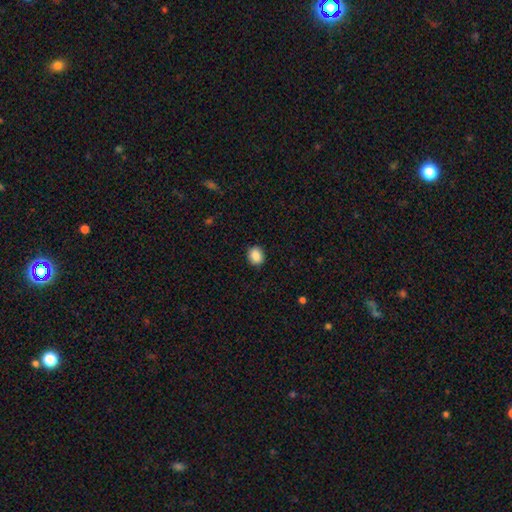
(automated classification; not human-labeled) Smooth or featured: smooth — 88% (star or artifact — 9%)
How rounded: round — 66% (in between — 33%)
Merging: none — 90% (minor disturbance — 7%)